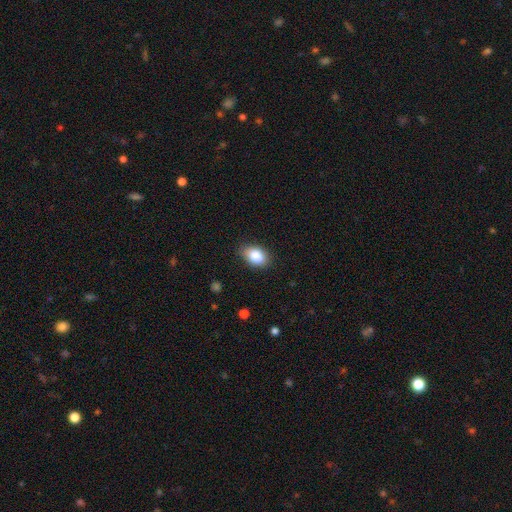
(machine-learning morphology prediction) This appears to be a smooth galaxy with no disk features (85%) that is in between round and cigar-shaped (84%). Merging: none (82%).